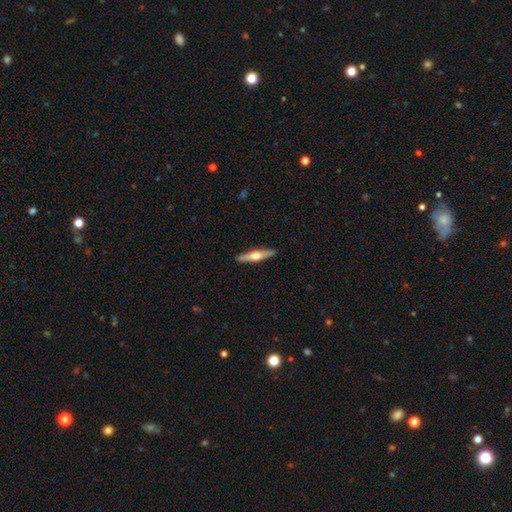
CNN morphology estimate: Smooth or featured?
  - featured or disk: 60% *
  - smooth: 35%
  - star or artifact: 5%
Edge-on disk?
  - yes: 96% *
  - no: 4%
Edge-on bulge?
  - rounded: 94% *
  - boxy: 3%
  - none: 3%
Merging?
  - none: 91% *
  - minor disturbance: 6%
  - major disturbance: 1%
  - merger: 1%